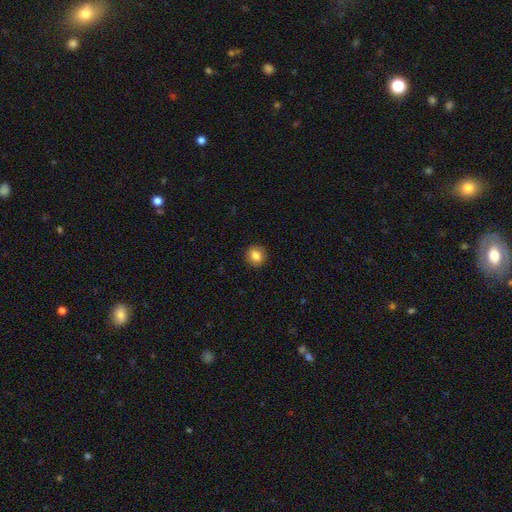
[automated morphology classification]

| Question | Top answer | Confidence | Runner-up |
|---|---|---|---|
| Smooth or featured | smooth | 84% | star or artifact (9%) |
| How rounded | round | 83% | in between (16%) |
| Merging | none | 92% | minor disturbance (6%) |